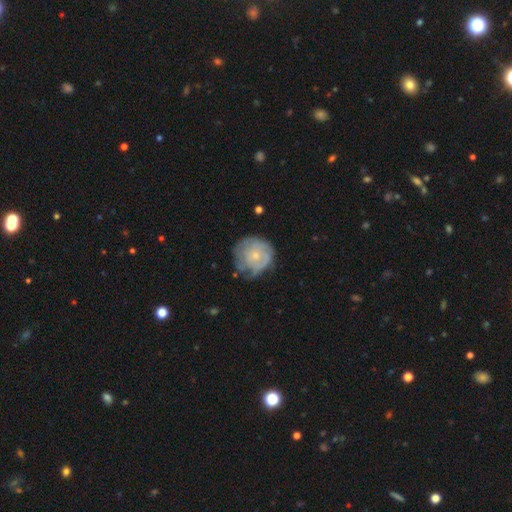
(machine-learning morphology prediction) type=featured or disk (47%); merging=none (51%).